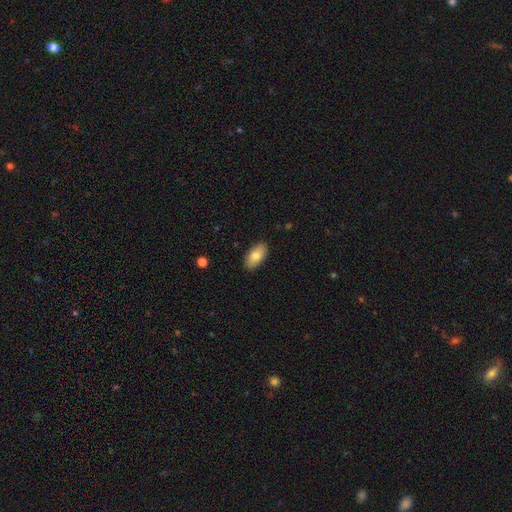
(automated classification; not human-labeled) A smooth galaxy with no disk features (82%) that is in between round and cigar-shaped (94%).

Vote fractions:
- Smooth or featured? smooth: 82% / featured or disk: 12% / star or artifact: 6%
- How rounded? in between: 94% / cigar-shaped: 3% / round: 3%
- Merging? none: 88% / minor disturbance: 9% / major disturbance: 2% / merger: 1%